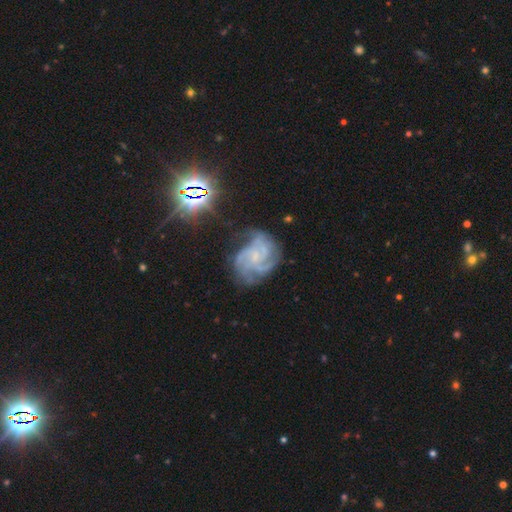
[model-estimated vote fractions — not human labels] Smooth or featured? featured or disk (84%)
Edge-on disk? no (98%)
Bar? no (66%)
Spiral arms? yes (97%)
Spiral winding? tight (47%)
Spiral arm count? 4 (32%)
Bulge size? small (63%)
Merging? none (63%)